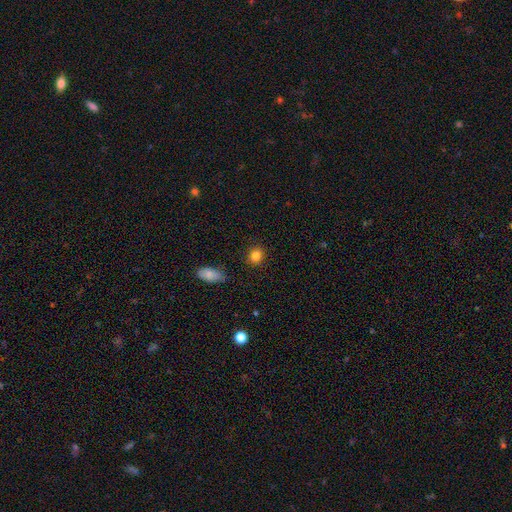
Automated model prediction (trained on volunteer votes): Overall: smooth (83%). How rounded: round (78%). Merging: none (89%).